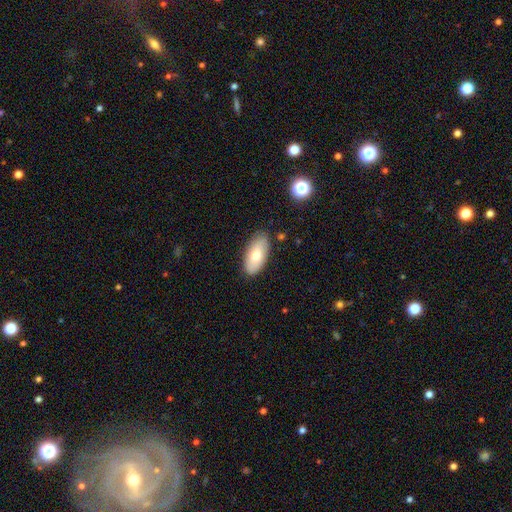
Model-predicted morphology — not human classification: This is likely a smooth galaxy (71%). How rounded: clearly in between (92%). Merging: clearly none (84%).